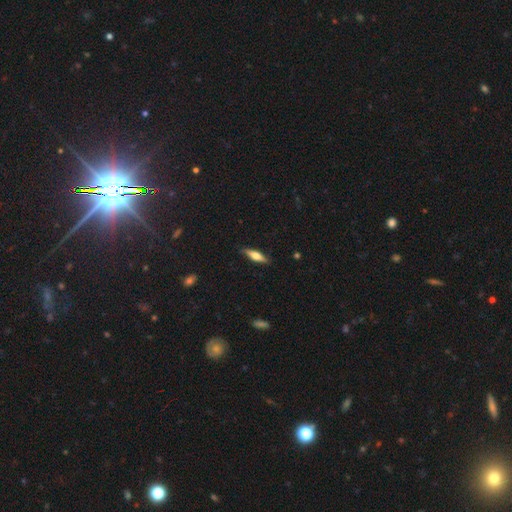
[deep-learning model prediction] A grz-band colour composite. It shows a smooth galaxy with no disk features (48%). Merging: none (85%).